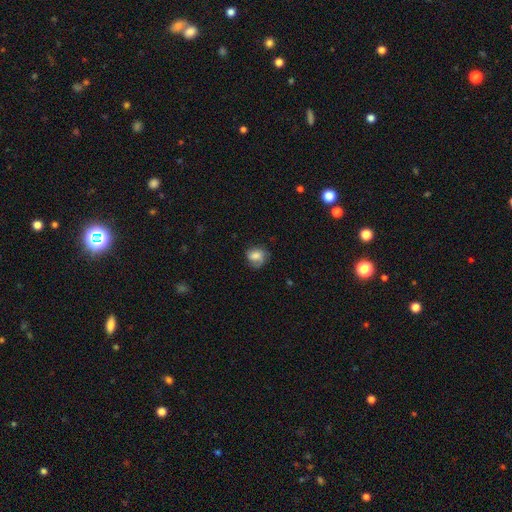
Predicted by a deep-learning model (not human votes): This is likely a smooth galaxy (64%). How rounded: likely round (61%). Merging: possibly none (57%).